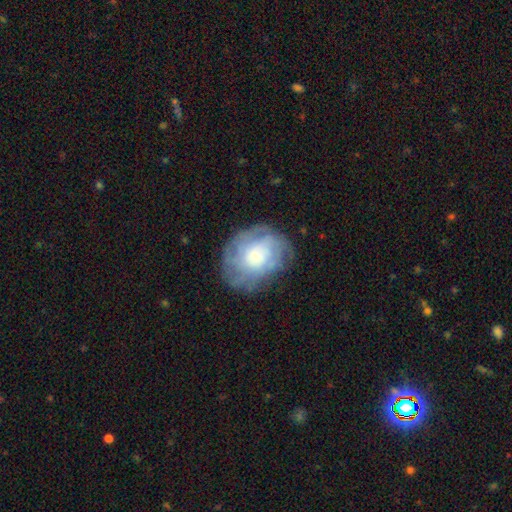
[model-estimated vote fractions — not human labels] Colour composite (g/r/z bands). It shows a featured or disk galaxy (59%) with no bar (82%), spiral arms (76%) and a small central bulge (47%). Merging: none (71%).